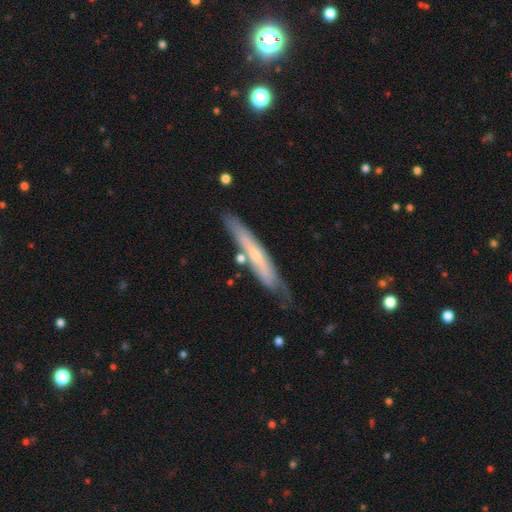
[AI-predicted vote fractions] Morphology: type=featured or disk (57%); edge-on=yes (78%); merging=none (65%).